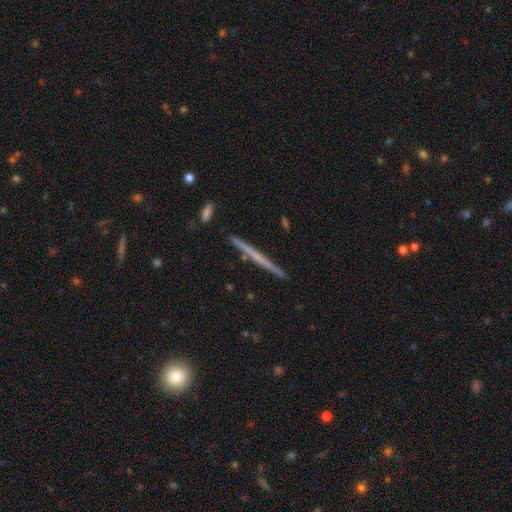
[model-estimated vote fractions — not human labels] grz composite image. It shows a featured or disk galaxy (60%) viewed edge-on (98%) with no central bulge (82%). Merging: none (91%).